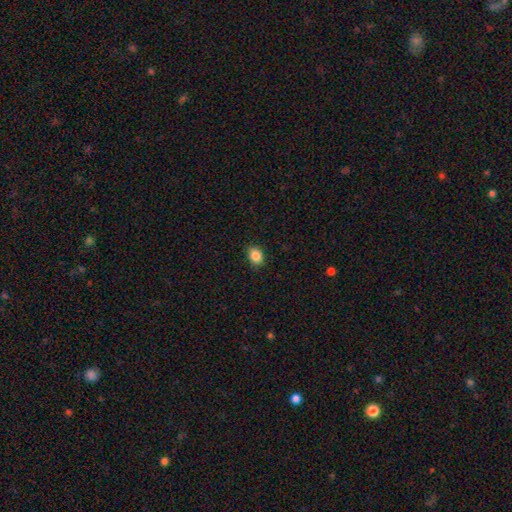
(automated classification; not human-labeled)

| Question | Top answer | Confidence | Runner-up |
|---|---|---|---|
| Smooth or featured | smooth | 87% | star or artifact (9%) |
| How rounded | in between | 68% | round (31%) |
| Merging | none | 88% | minor disturbance (10%) |